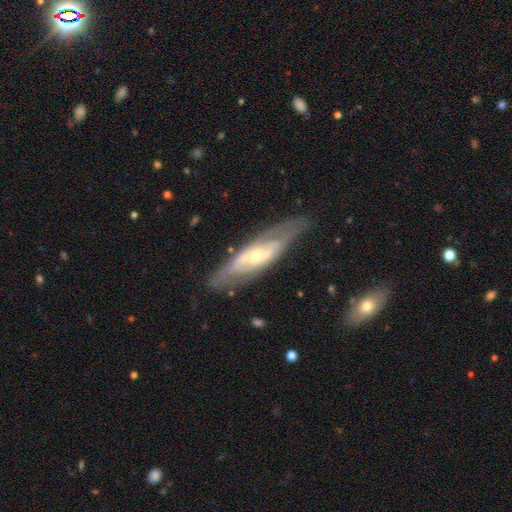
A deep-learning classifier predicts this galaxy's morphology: Q: Smooth or featured?
A: featured or disk (77%); runner-up: smooth (18%)
Q: Edge-on disk?
A: no (70%); runner-up: yes (30%)
Q: Bar?
A: no (46%); runner-up: weak (33%)
Q: Spiral arms?
A: yes (66%); runner-up: no (34%)
Q: Bulge size?
A: small (50%); runner-up: moderate (44%)
Q: Merging?
A: none (74%); runner-up: minor disturbance (17%)